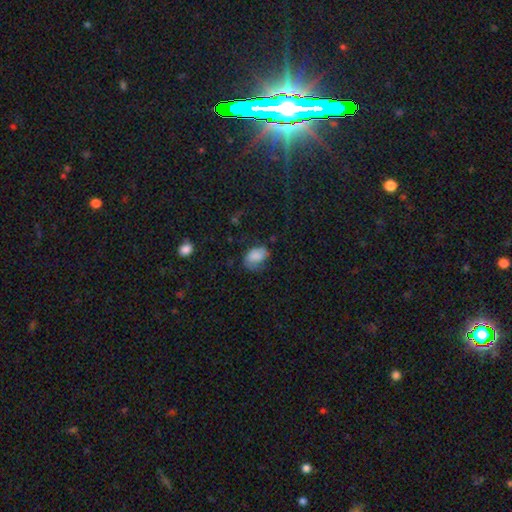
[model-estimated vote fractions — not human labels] smooth-or-featured: smooth: 76% | featured or disk: 14% | star or artifact: 10%
  how-rounded: in between: 84% | round: 15% | cigar-shaped: 1%
  merging: none: 47% | minor disturbance: 32% | major disturbance: 18% | merger: 2%